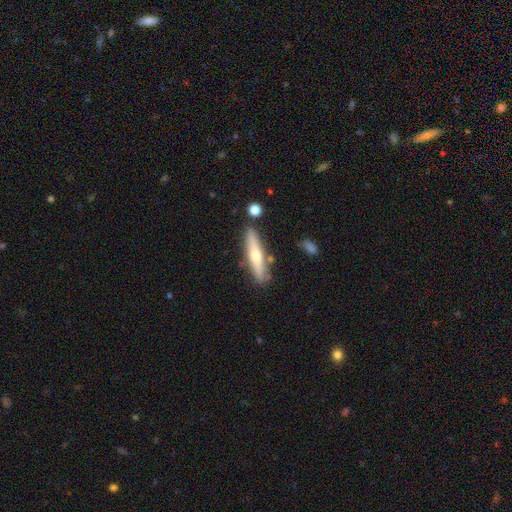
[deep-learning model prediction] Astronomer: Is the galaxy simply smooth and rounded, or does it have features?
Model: featured or disk — 50% (runner-up: smooth, 44%).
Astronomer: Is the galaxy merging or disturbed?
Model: none — 80%.